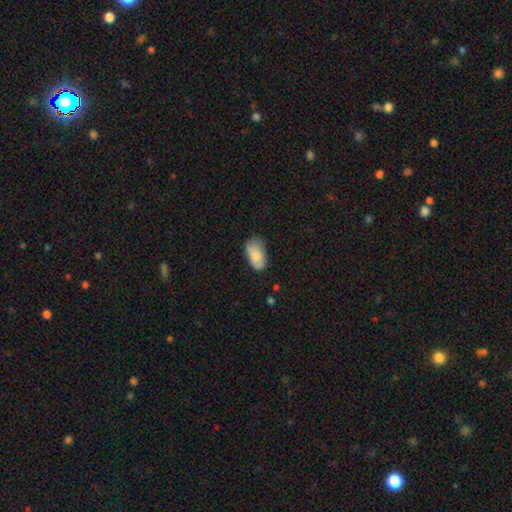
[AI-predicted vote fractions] A smooth galaxy with no disk features (79%) that is in between round and cigar-shaped (94%). Merging: none (59%).